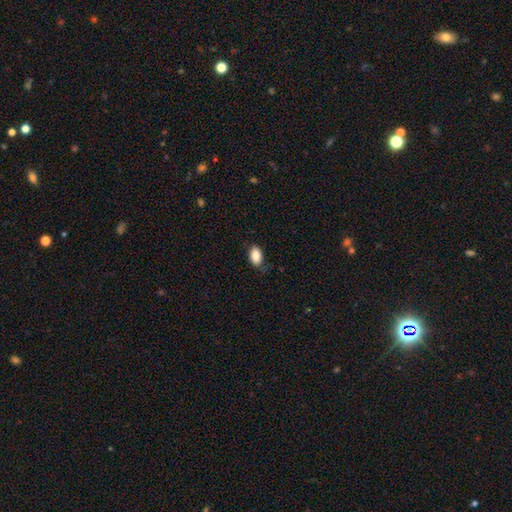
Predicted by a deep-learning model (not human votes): A smooth galaxy with no disk features (85%) that is in between round and cigar-shaped (89%). Merging: none (78%).